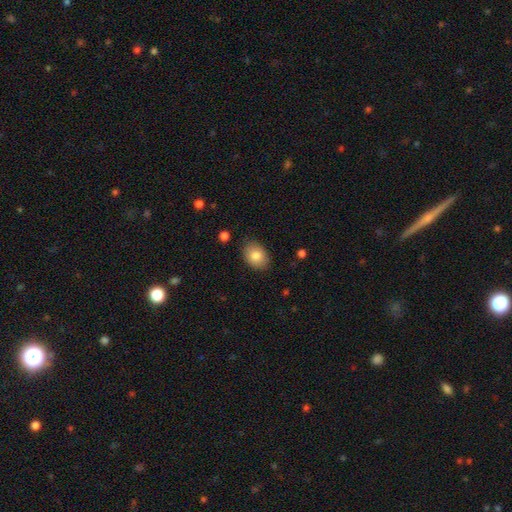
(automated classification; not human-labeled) Q: Smooth or featured?
A: smooth (84%); runner-up: featured or disk (9%)
Q: How rounded?
A: in between (70%); runner-up: round (29%)
Q: Merging?
A: none (84%); runner-up: minor disturbance (12%)